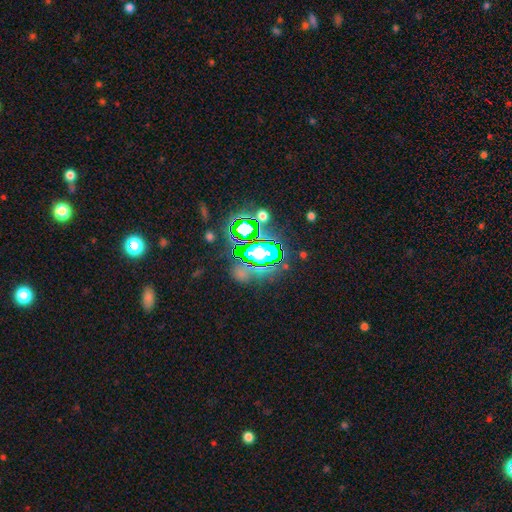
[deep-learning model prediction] star or artifact 65%, smooth 21%, featured or disk 13%.